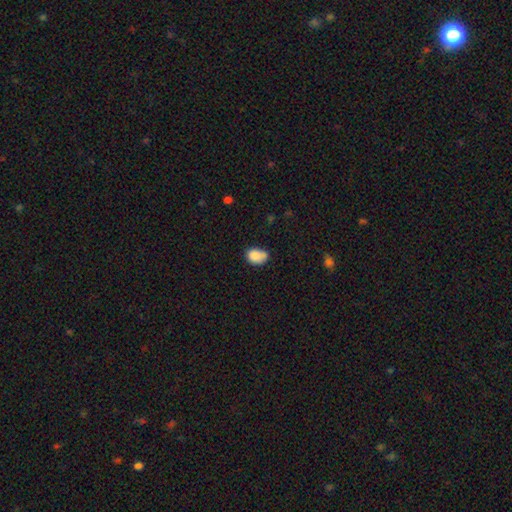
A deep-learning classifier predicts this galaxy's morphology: This is clearly a smooth galaxy (84%). How rounded: likely in between (71%). Merging: possibly none (48%).